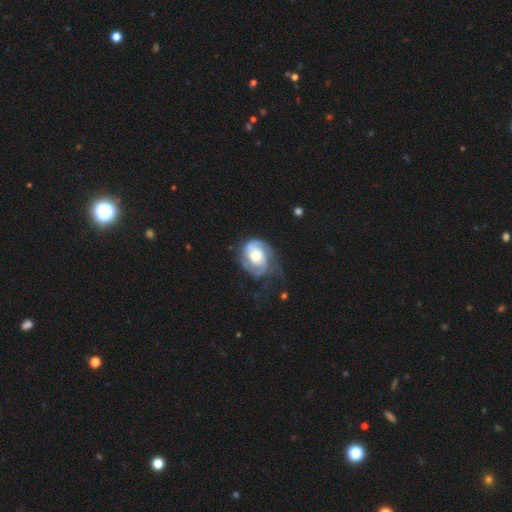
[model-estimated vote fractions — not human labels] A featured or disk galaxy (80%) with no bar (61%), 2 (66%) tight (49%) spiral arms (93%) and a moderate central bulge (66%). Merging: none (48%).